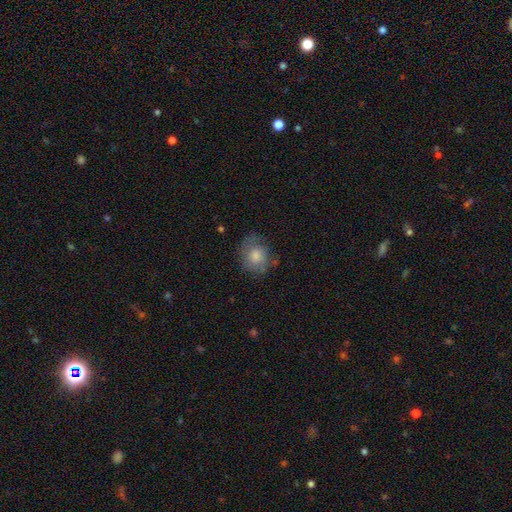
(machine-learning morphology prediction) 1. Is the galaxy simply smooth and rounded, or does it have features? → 65% smooth, 23% featured or disk, 11% star or artifact.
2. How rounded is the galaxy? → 67% round, 32% in between, 1% cigar-shaped.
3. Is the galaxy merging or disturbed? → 69% none, 22% minor disturbance, 8% major disturbance, 2% merger.